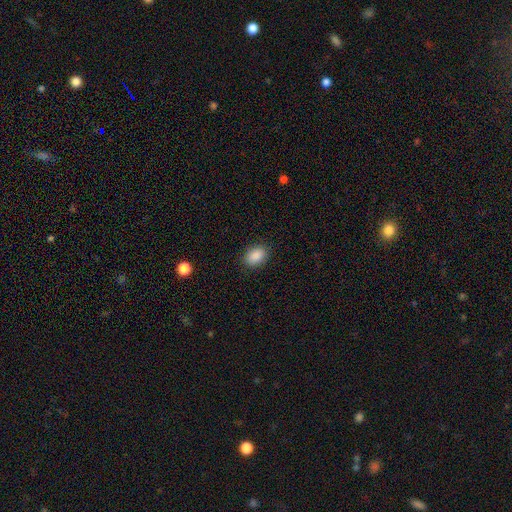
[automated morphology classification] Overall: smooth (89%). How rounded: in between (80%). Merging: none (88%).